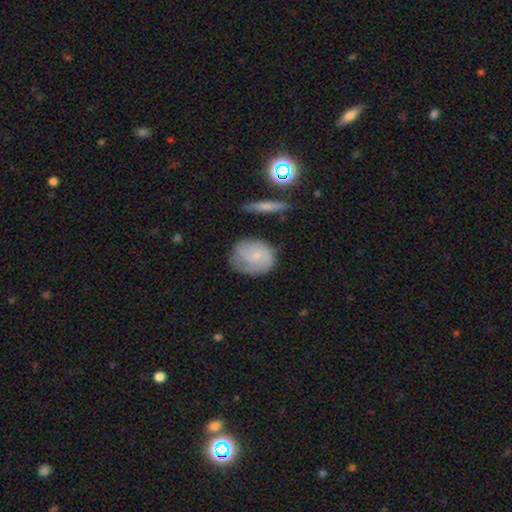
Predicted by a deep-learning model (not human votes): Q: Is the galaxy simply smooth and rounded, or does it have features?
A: featured or disk — 50%.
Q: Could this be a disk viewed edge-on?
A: no — 96%.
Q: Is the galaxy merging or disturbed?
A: none — 62%.